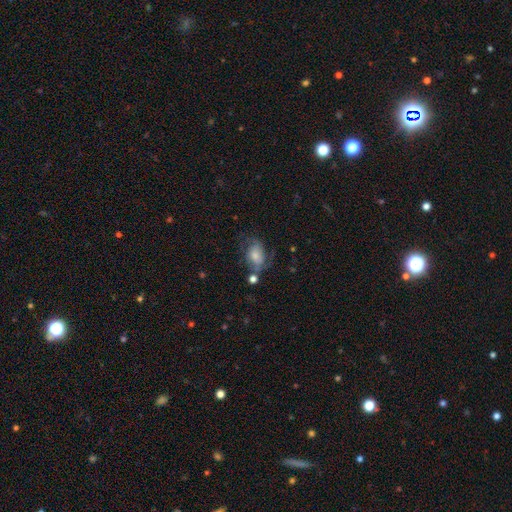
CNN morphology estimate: A featured or disk galaxy (46%). Merging: none (42%).